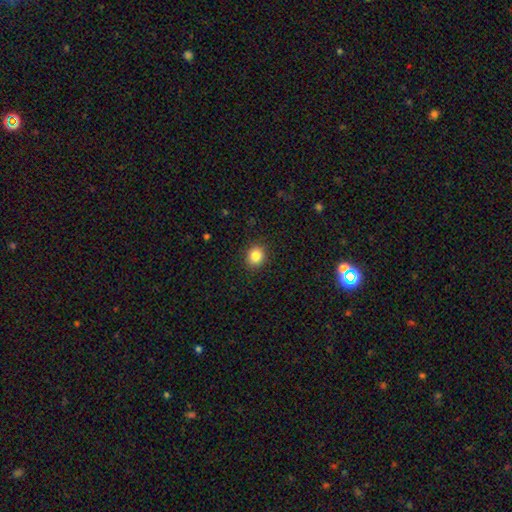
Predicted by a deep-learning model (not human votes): This appears to be a smooth galaxy with no disk features (84%) that is round (81%). Merging: none (90%).